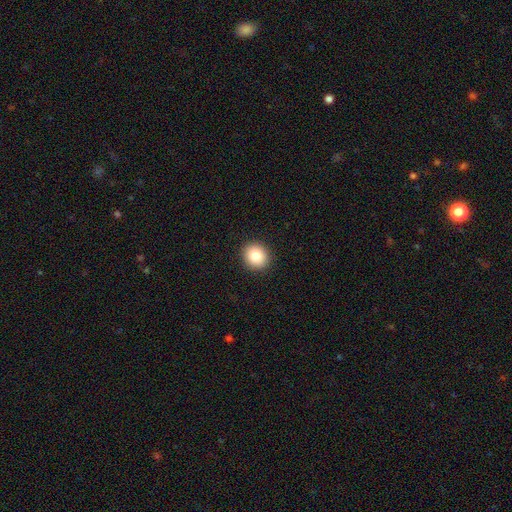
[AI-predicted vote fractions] This appears to be a smooth galaxy with no disk features (84%) that is round (81%). Merging: none (92%).